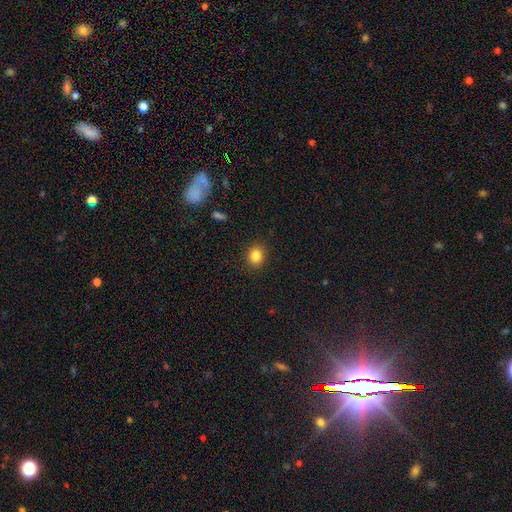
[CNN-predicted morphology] Smooth or featured?
  - smooth: 85% *
  - star or artifact: 11%
  - featured or disk: 5%
How rounded?
  - round: 71% *
  - in between: 28%
  - cigar-shaped: 1%
Merging?
  - none: 89% *
  - minor disturbance: 8%
  - major disturbance: 2%
  - merger: 1%